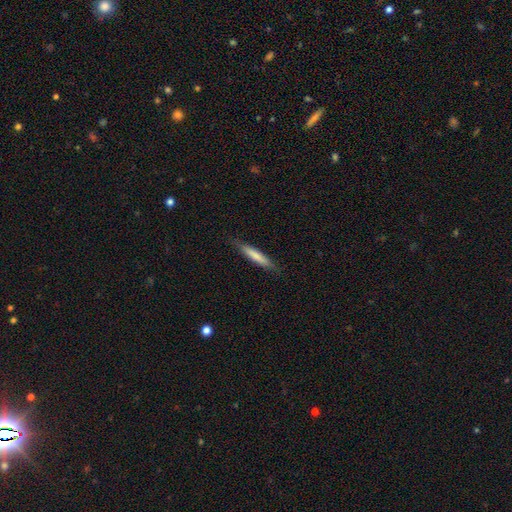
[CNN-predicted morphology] smooth 75%, featured or disk 20%, star or artifact 5%. Down the decision tree: how rounded — cigar-shaped (90%); merging — none (85%).